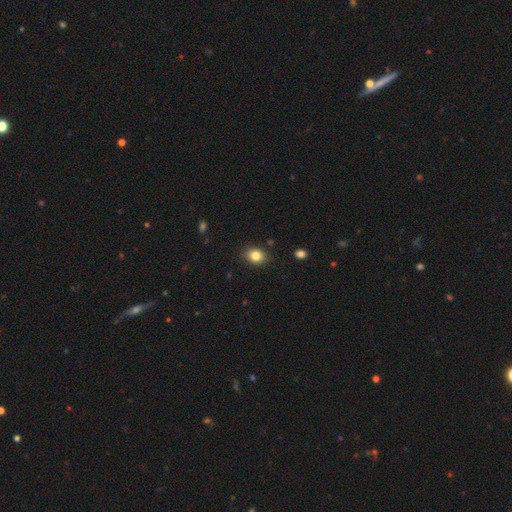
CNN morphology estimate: A smooth galaxy with no disk features (83%) that is in between round and cigar-shaped (50%). Merging: none (84%).